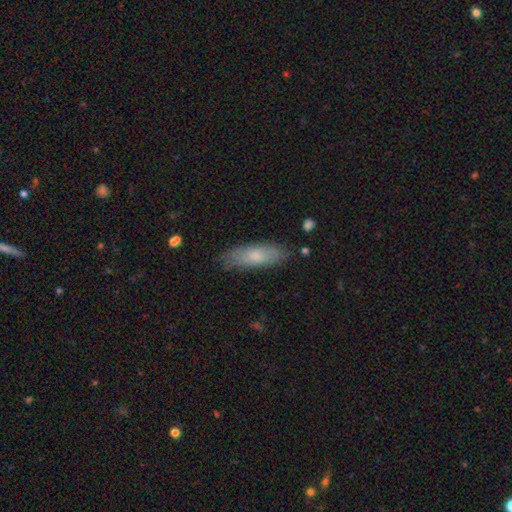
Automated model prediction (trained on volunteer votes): Morphology: type=smooth (71%); roundness=in between (54%); merging=none (81%).